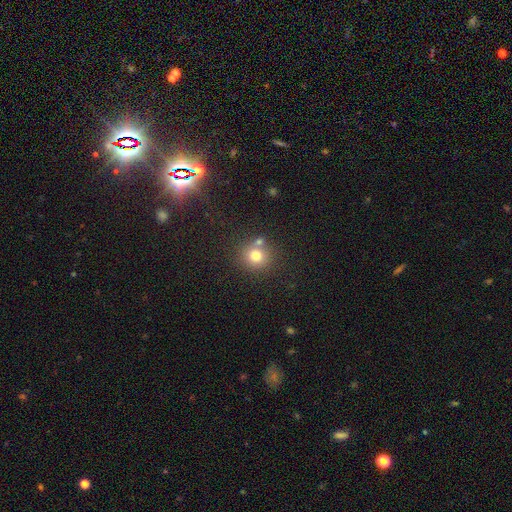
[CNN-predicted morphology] A smooth galaxy with no disk features (76%) that is round (89%). Merging: none (70%).